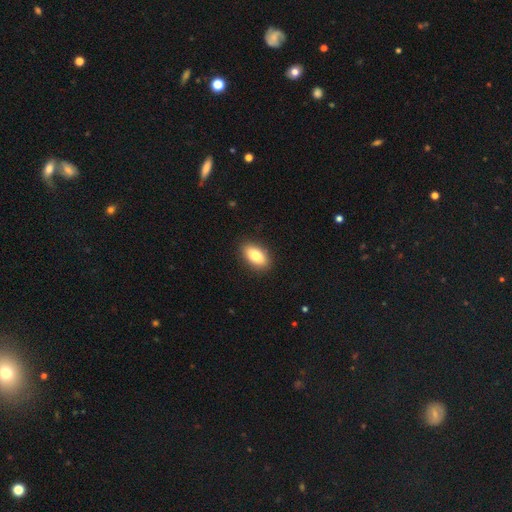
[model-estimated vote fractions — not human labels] smooth-or-featured: smooth: 83% | featured or disk: 10% | star or artifact: 7%
  how-rounded: in between: 90% | round: 6% | cigar-shaped: 4%
  merging: none: 89% | minor disturbance: 8% | major disturbance: 2% | merger: 1%